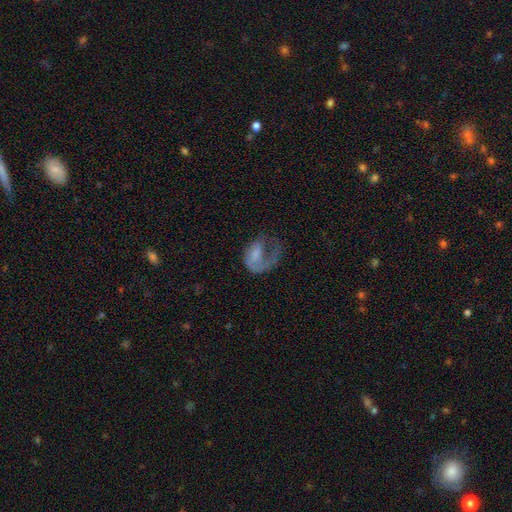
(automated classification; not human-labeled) Q: Smooth or featured?
A: featured or disk (55%); runner-up: smooth (36%)
Q: Edge-on disk?
A: no (98%); runner-up: yes (2%)
Q: Bar?
A: no (67%); runner-up: weak (27%)
Q: Spiral arms?
A: yes (66%); runner-up: no (34%)
Q: Bulge size?
A: none (41%); runner-up: small (28%)
Q: Merging?
A: major disturbance (59%); runner-up: none (23%)